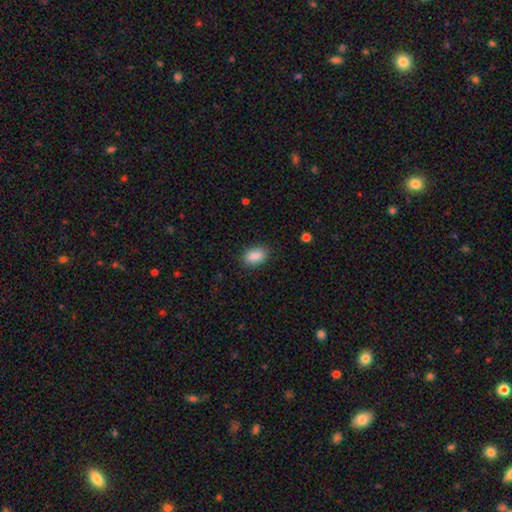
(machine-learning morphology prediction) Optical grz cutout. It shows a smooth galaxy with no disk features (88%) that is in between round and cigar-shaped (91%). Merging: none (85%).